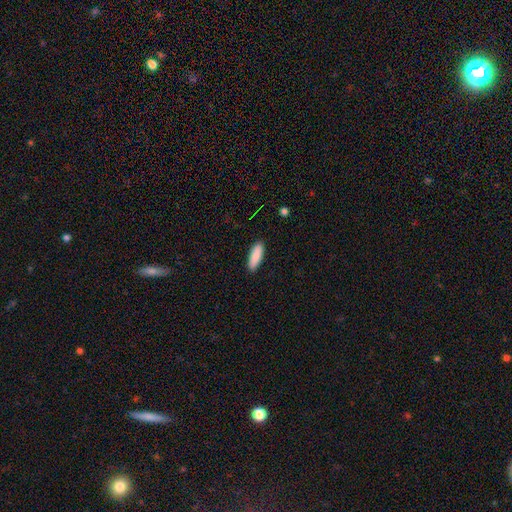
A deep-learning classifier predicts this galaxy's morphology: Smooth or featured? Predicted: smooth (p=0.89). How rounded? Predicted: in between (p=0.54). Merging? Predicted: none (p=0.90).